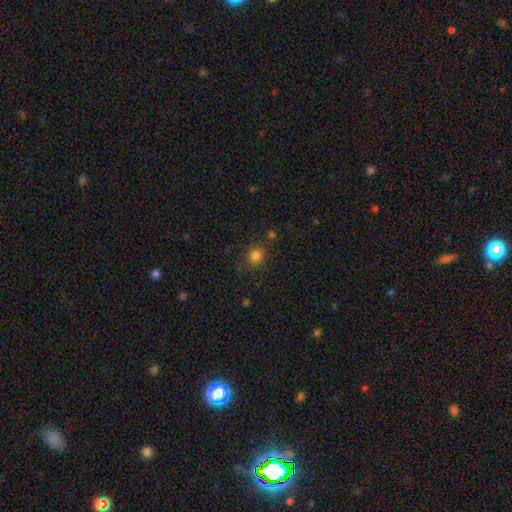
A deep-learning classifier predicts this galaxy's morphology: A smooth galaxy with no disk features (81%) that is round (86%).

Vote fractions:
- Smooth or featured? smooth: 81% / star or artifact: 14% / featured or disk: 5%
- How rounded? round: 86% / in between: 13% / cigar-shaped: 1%
- Merging? none: 81% / minor disturbance: 11% / major disturbance: 4% / merger: 3%